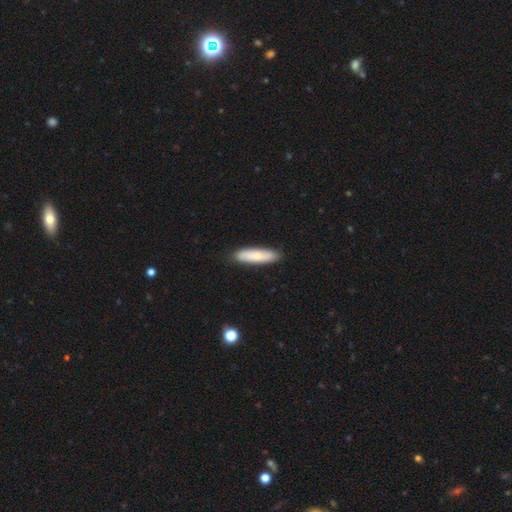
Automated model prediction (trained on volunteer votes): Overall: smooth (68%). How rounded: cigar-shaped (68%; in between 30%). Merging: none (86%).